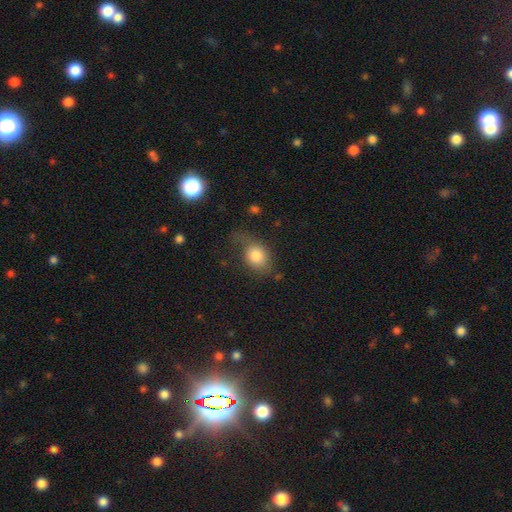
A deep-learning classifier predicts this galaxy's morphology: The model was most divided on "merging": none: 46%, minor disturbance: 27%, major disturbance: 23%, merger: 4%. More confident: smooth or featured — smooth (79%); how rounded — in between (65%).